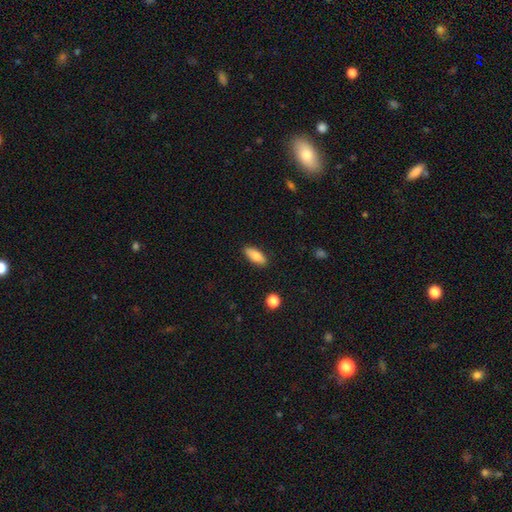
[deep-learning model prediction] smooth-or-featured: smooth: 81% | featured or disk: 12% | star or artifact: 7%
  how-rounded: in between: 76% | cigar-shaped: 22% | round: 2%
  merging: none: 88% | minor disturbance: 9% | major disturbance: 2% | merger: 1%